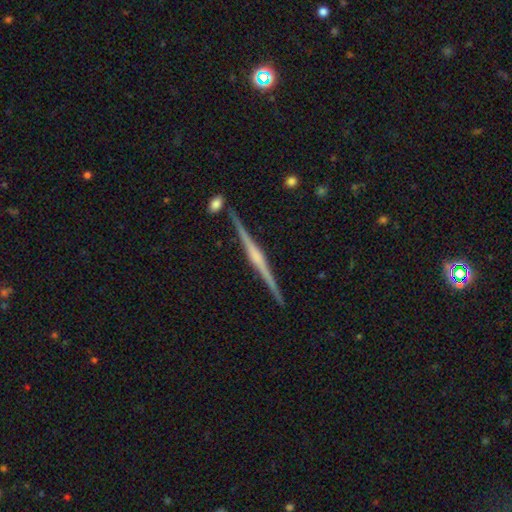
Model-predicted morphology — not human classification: type=featured or disk (85%); edge-on=yes (99%); edge-on bulge=rounded (67%); merging=none (90%).